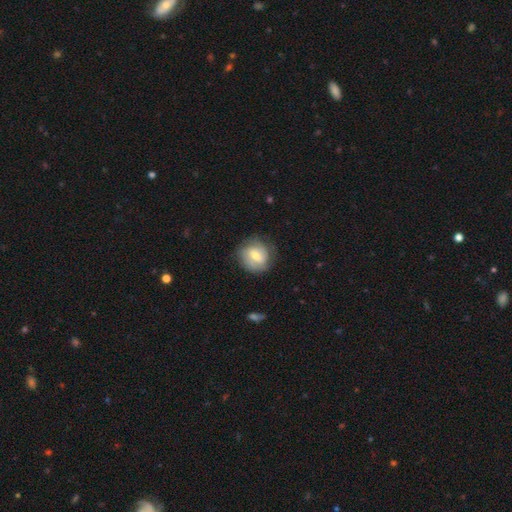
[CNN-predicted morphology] A smooth galaxy with no disk features (47%).

Vote fractions:
- Smooth or featured? smooth: 47% / featured or disk: 46% / star or artifact: 7%
- Merging? none: 75% / minor disturbance: 17% / major disturbance: 6% / merger: 1%